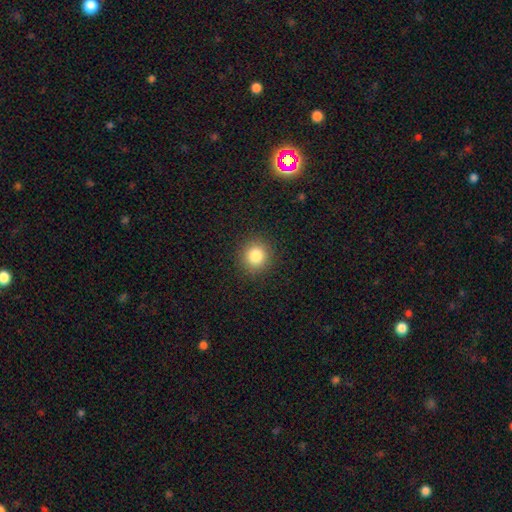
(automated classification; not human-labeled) This is clearly a smooth galaxy (83%). How rounded: clearly round (91%). Merging: clearly none (91%).